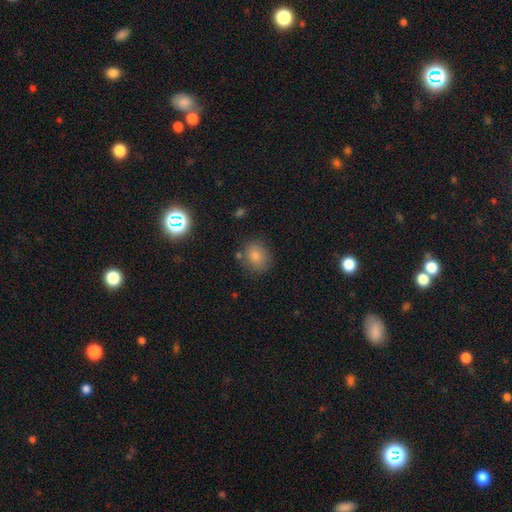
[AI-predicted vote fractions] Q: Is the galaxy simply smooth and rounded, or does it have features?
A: smooth — 81%.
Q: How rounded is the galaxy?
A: round — 63%.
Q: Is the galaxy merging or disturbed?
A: none — 77%.